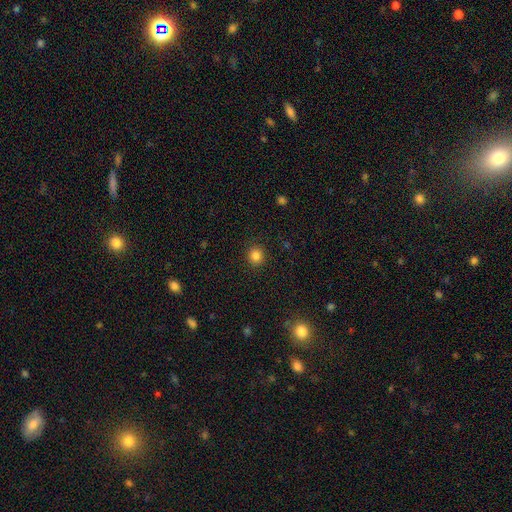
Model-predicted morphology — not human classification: Q: Smooth or featured?
A: smooth (84%); runner-up: star or artifact (12%)
Q: How rounded?
A: round (88%); runner-up: in between (11%)
Q: Merging?
A: none (91%); runner-up: minor disturbance (6%)